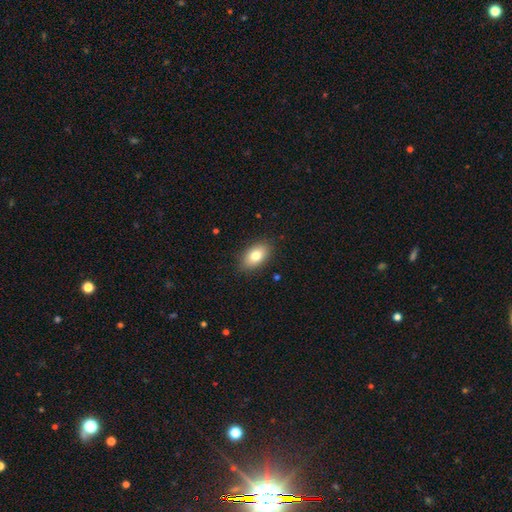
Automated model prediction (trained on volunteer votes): A smooth galaxy with no disk features (79%) that is in between round and cigar-shaped (90%).

Vote fractions:
- Smooth or featured? smooth: 79% / featured or disk: 13% / star or artifact: 8%
- How rounded? in between: 90% / round: 8% / cigar-shaped: 2%
- Merging? none: 87% / minor disturbance: 10% / major disturbance: 2% / merger: 1%